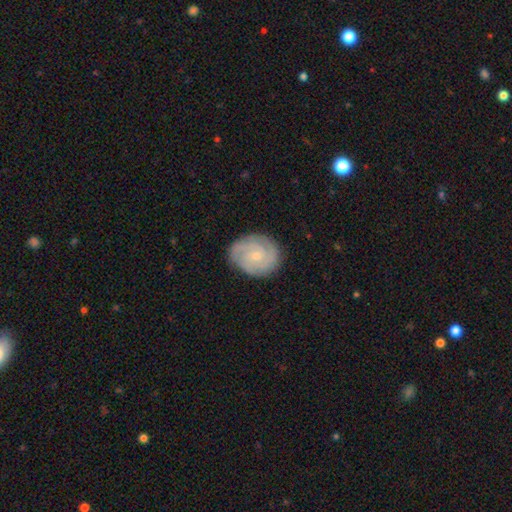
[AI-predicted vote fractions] Overall: featured or disk (83%). Edge-on disk: no (98%). Bar: no (70%). Spiral arms: yes (97%). Spiral arm count: 3 (43%; 2 26%). Spiral winding: tight (71%). Bulge size: small (72%). Merging: none (83%).